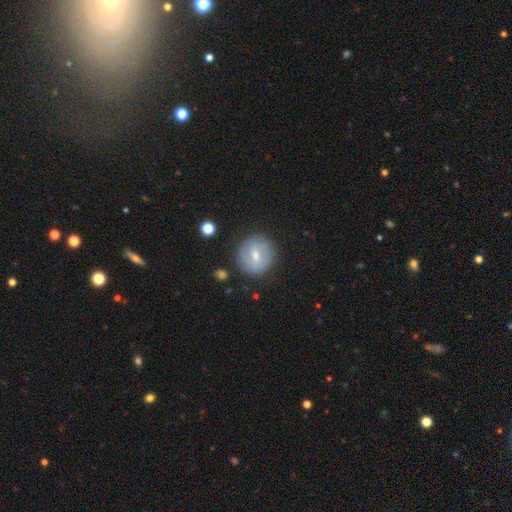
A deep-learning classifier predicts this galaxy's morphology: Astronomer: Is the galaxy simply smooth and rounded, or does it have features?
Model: featured or disk — 49% (runner-up: smooth, 44%).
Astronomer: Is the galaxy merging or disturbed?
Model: none — 81%.